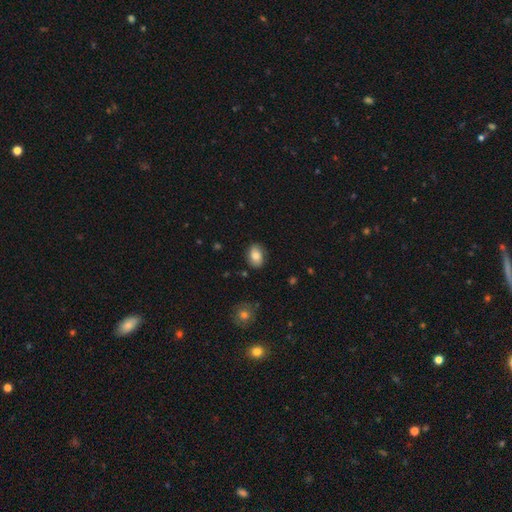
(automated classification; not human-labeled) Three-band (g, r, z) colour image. It shows a smooth galaxy with no disk features (81%) that is in between round and cigar-shaped (81%). Merging: none (85%).